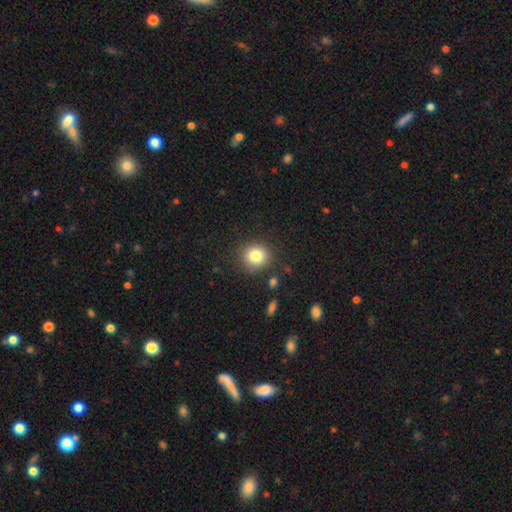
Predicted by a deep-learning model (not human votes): Overall: smooth (82%). How rounded: round (86%). Merging: none (85%).